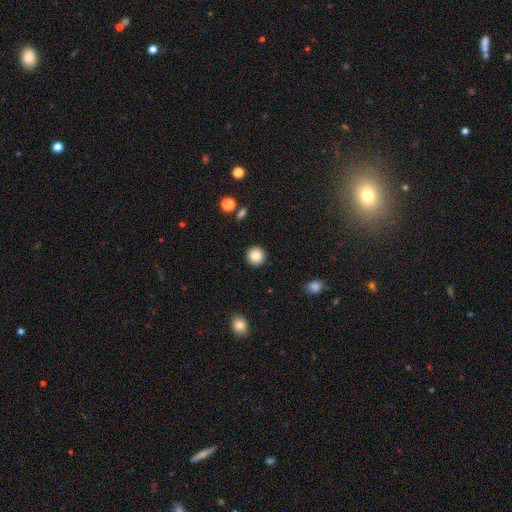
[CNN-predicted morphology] The model was most divided on "smooth or featured": smooth: 85%, star or artifact: 9%, featured or disk: 6%. More confident: how rounded — round (94%); merging — none (92%).